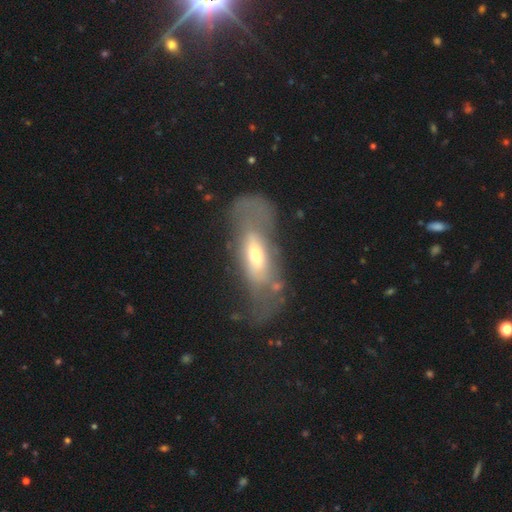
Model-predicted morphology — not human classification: Smooth or featured: featured or disk — 53% (smooth — 39%)
Edge-on disk: no — 76% (yes — 24%)
Merging: major disturbance — 39% (none — 33%)